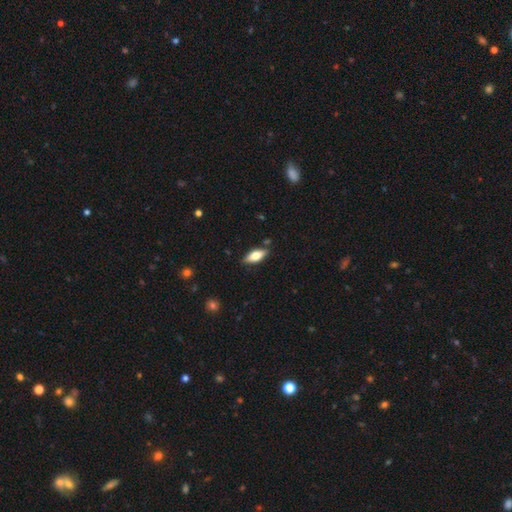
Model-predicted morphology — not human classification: This appears to be a smooth galaxy with no disk features (62%) that is in between round and cigar-shaped (74%). Merging: none (84%).